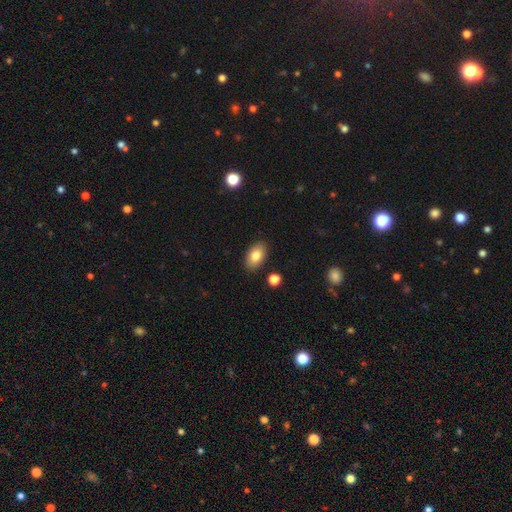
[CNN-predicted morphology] This is clearly a smooth galaxy (82%). How rounded: clearly in between (93%). Merging: clearly none (88%).